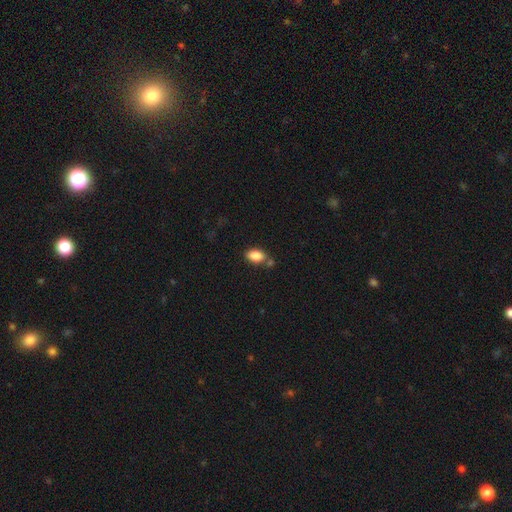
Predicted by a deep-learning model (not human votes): Smooth or featured? smooth (86%)
How rounded? in between (91%)
Merging? none (65%)